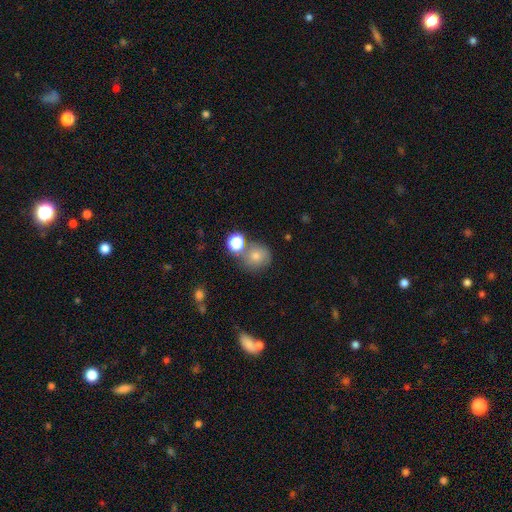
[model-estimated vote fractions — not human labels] This appears to be a smooth galaxy with no disk features (73%) that is round (87%). Merging: none (58%).